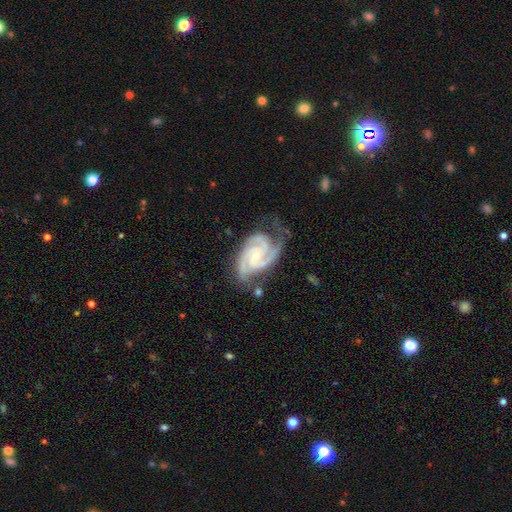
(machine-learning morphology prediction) Smooth or featured? Predicted: featured or disk (p=0.93). Edge-on disk? Predicted: no (p=0.98). Bar? Predicted: no (p=0.65). Spiral arms? Predicted: yes (p=0.99). Spiral winding? Predicted: tight (p=0.60). Spiral arm count? Predicted: 3 (p=0.57). Bulge size? Predicted: small (p=0.69). Merging? Predicted: none (p=0.63).